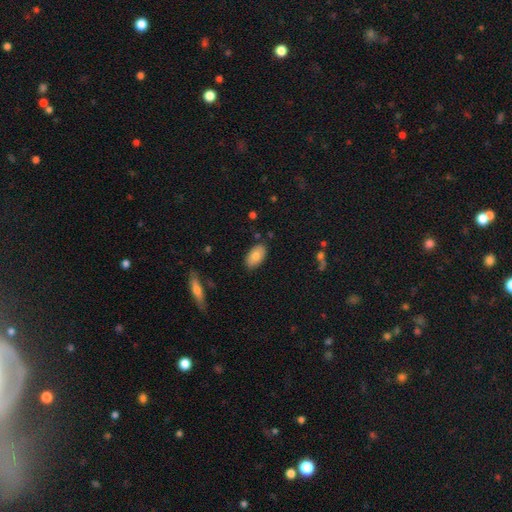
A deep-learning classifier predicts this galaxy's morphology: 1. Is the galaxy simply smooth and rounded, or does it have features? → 79% smooth, 14% featured or disk, 7% star or artifact.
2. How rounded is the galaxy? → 94% in between, 4% round, 2% cigar-shaped.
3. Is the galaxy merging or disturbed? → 84% none, 12% minor disturbance, 2% major disturbance, 2% merger.